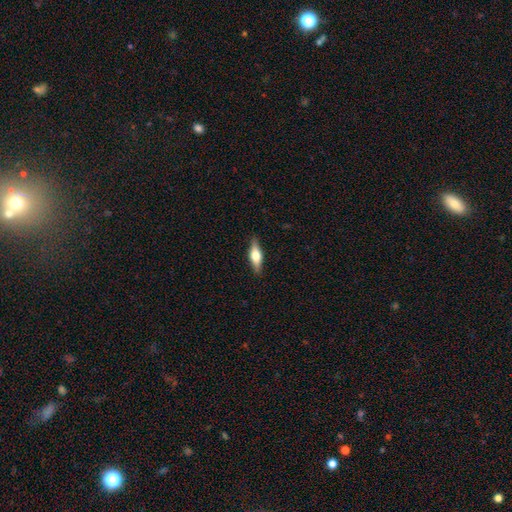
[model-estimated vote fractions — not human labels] smooth-or-featured: featured or disk: 47% (tied) | smooth: 47% (tied) | star or artifact: 6%
  merging: none: 88% | minor disturbance: 9% | major disturbance: 2% | merger: 1%